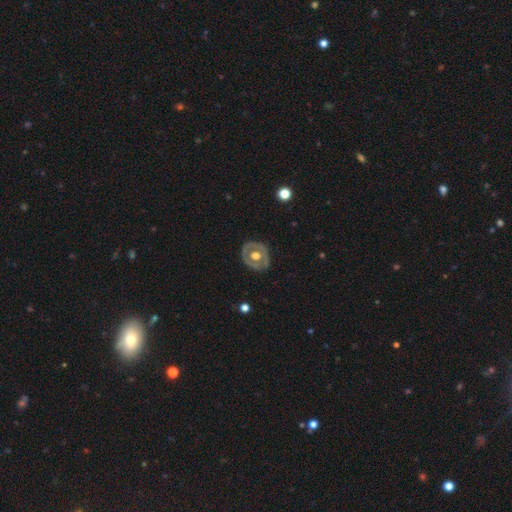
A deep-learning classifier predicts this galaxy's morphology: type=featured or disk (64%); edge-on=no (94%); bar=no (84%); spiral arms=no (85%); bulge=moderate (52%); merging=none (79%).